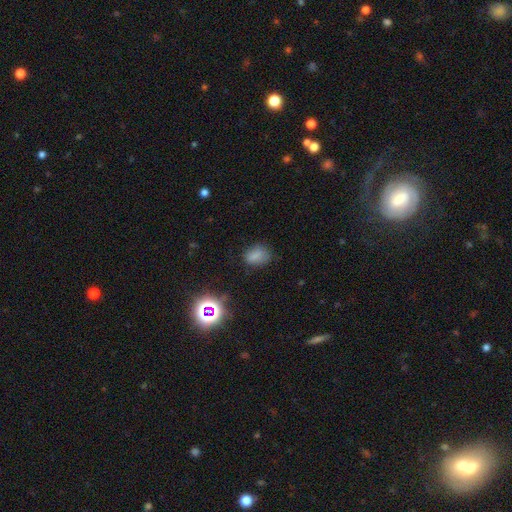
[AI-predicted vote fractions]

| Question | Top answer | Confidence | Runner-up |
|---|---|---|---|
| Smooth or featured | smooth | 73% | star or artifact (19%) |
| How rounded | in between | 72% | round (26%) |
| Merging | none | 69% | minor disturbance (22%) |